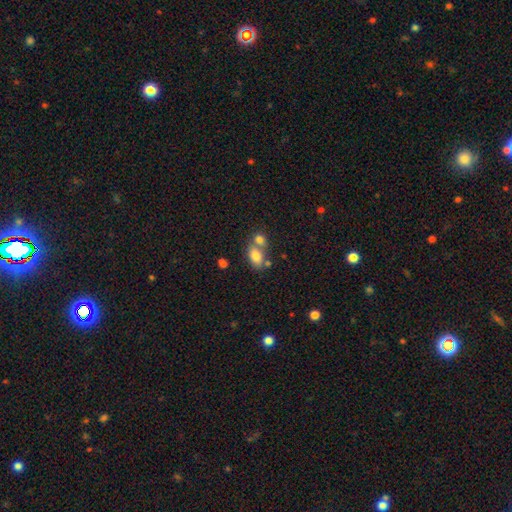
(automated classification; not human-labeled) Smooth or featured: smooth — 80% (featured or disk — 11%)
How rounded: in between — 87% (round — 11%)
Merging: merger — 47% (none — 38%)